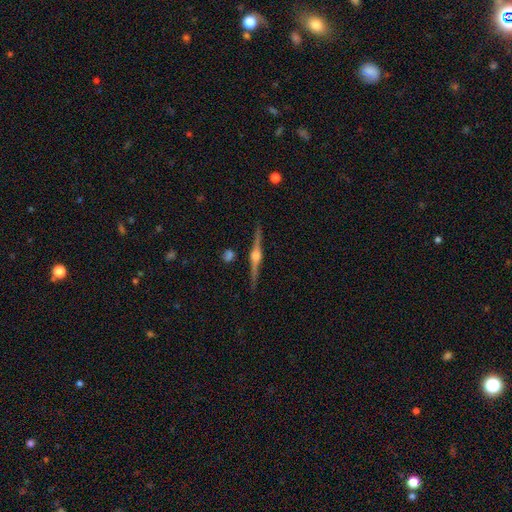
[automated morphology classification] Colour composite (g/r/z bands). It shows a featured or disk galaxy (87%) viewed edge-on (98%) with a rounded central bulge (92%). Merging: none (89%).